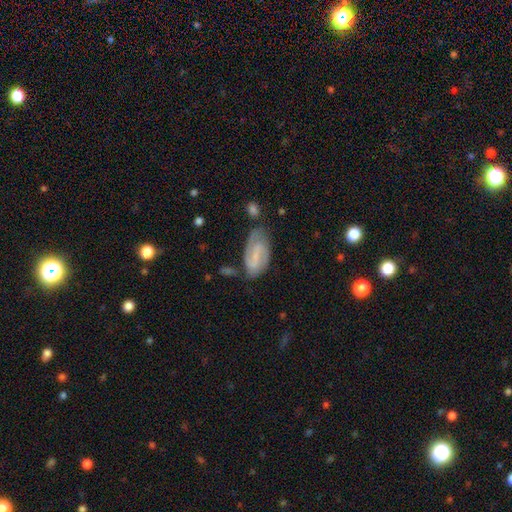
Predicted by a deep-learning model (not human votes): smooth_or_featured: featured or disk (p=0.68) [alt: smooth p=0.24]
disk_edge_on: no (p=0.95) [alt: yes p=0.05]
bar: weak (p=0.47) [alt: strong p=0.30]
has_spiral_arms: yes (p=0.91) [alt: no p=0.09]
spiral_winding: medium (p=0.45) [alt: tight p=0.38]
spiral_arm_count: 2 (p=0.82) [alt: can't tell p=0.10]
bulge_size: small (p=0.51) [alt: none p=0.32]
merging: none (p=0.63) [alt: minor disturbance p=0.23]